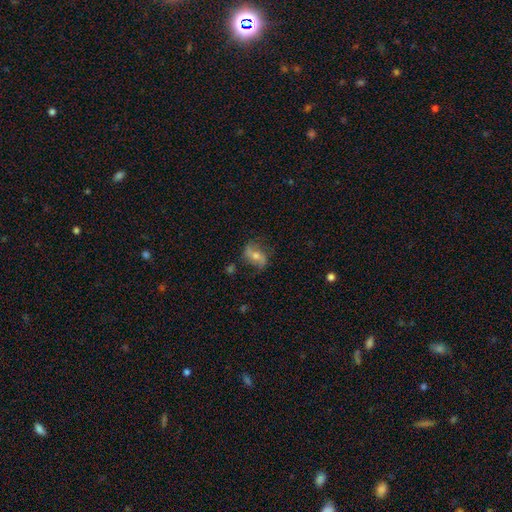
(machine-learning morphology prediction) smooth-or-featured: featured or disk: 62% | smooth: 28% | star or artifact: 10%
  disk-edge-on: no: 91% | yes: 9%
    bar: no: 38% | weak: 31% | strong: 31%
    has-spiral-arms: yes: 82% | no: 18%
    bulge-size: moderate: 62% | small: 30% | large: 4% | none: 2% | dominant: 1%
  merging: none: 73% | minor disturbance: 18% | major disturbance: 7% | merger: 2%